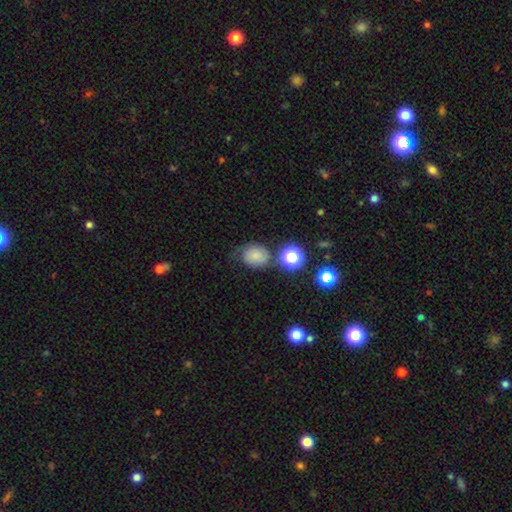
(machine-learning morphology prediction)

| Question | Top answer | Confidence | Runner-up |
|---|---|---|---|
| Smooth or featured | smooth | 62% | featured or disk (21%) |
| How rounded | round | 64% | in between (35%) |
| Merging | none | 57% | minor disturbance (24%) |